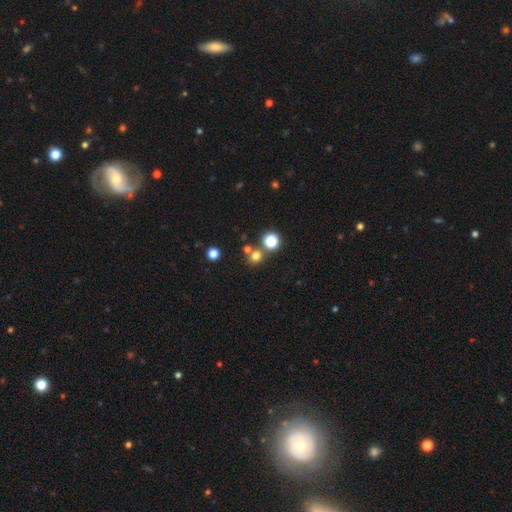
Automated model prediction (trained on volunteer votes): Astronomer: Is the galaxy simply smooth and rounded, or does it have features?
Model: smooth — 70%.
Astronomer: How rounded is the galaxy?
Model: round — 87%.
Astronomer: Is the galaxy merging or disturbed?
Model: none — 66%.